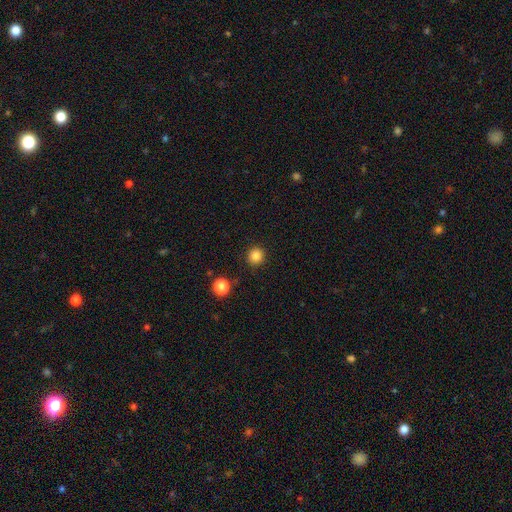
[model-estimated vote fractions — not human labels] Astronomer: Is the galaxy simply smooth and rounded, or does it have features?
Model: smooth — 84%.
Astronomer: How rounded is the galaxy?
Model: round — 94%.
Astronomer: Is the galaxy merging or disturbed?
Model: none — 90%.